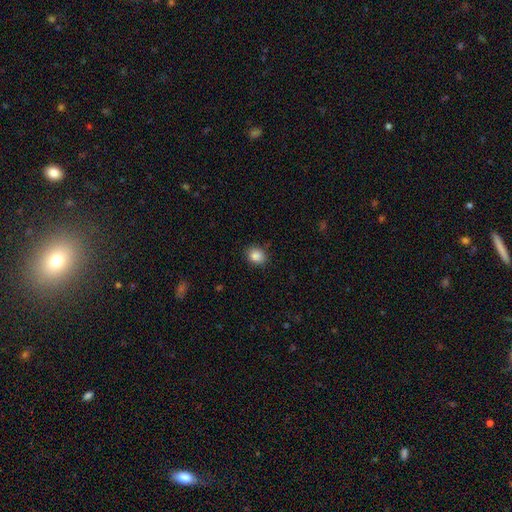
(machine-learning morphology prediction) A smooth galaxy with no disk features (87%) that is round (62%). Merging: none (85%).